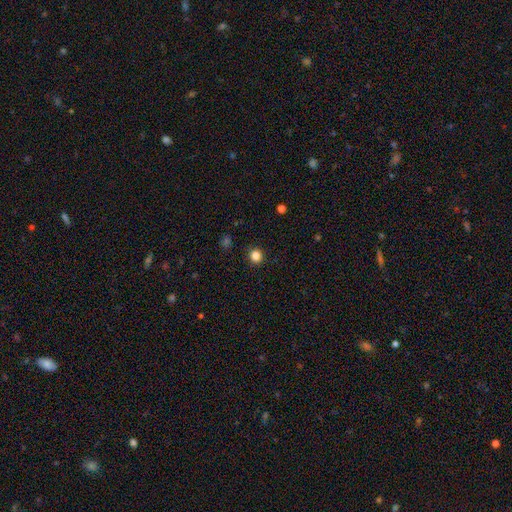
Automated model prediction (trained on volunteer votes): The model was most divided on "smooth or featured": smooth: 83%, star or artifact: 13%, featured or disk: 4%. More confident: merging — none (92%); how rounded — round (91%).